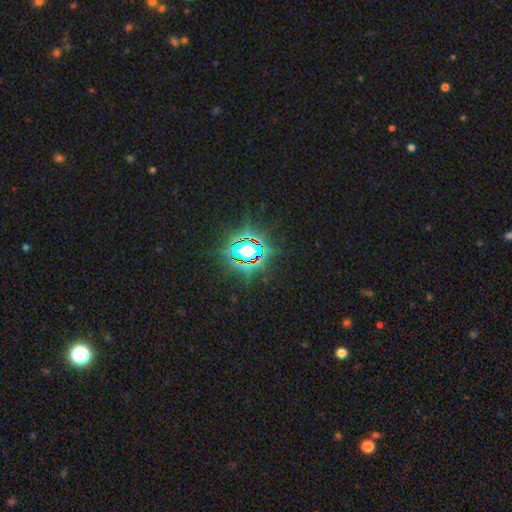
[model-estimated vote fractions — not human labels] A star or artifact, not a galaxy (82%).